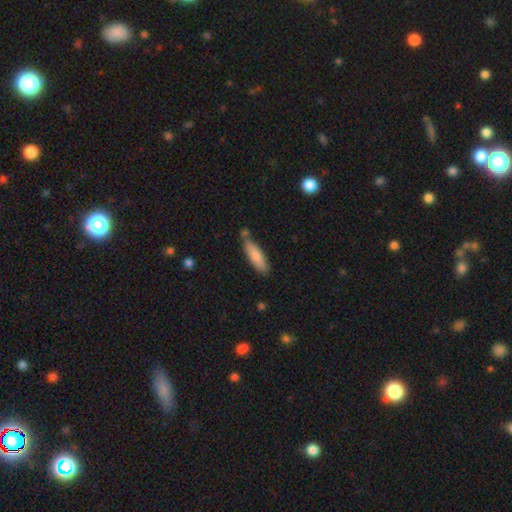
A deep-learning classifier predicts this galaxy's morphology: smooth 80%, featured or disk 15%, star or artifact 6%. Down the decision tree: how rounded — cigar-shaped (59%); merging — none (70%).